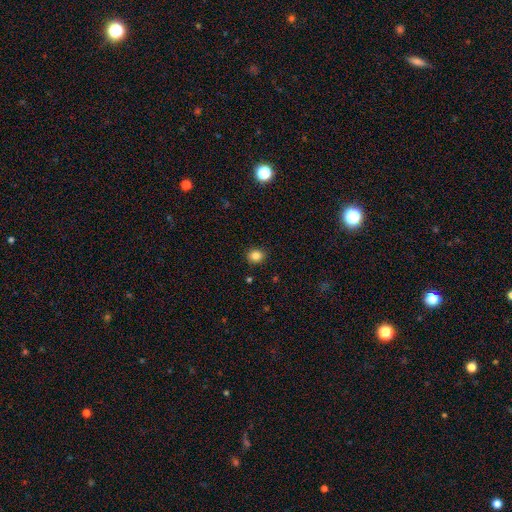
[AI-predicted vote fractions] Morphology: type=smooth (84%); roundness=round (73%); merging=none (88%).